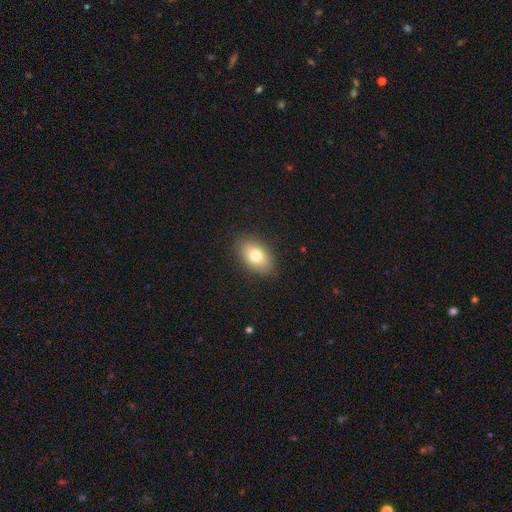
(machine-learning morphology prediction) smooth_or_featured: smooth (p=0.76) [alt: featured or disk p=0.15]
how_rounded: in between (p=0.89) [alt: round p=0.09]
merging: none (p=0.87) [alt: minor disturbance p=0.10]